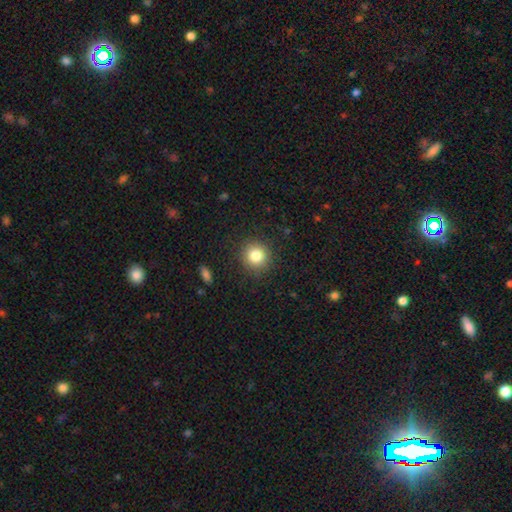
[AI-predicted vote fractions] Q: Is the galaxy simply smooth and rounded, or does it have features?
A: smooth — 83%.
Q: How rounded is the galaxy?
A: round — 92%.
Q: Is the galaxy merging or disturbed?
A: none — 89%.